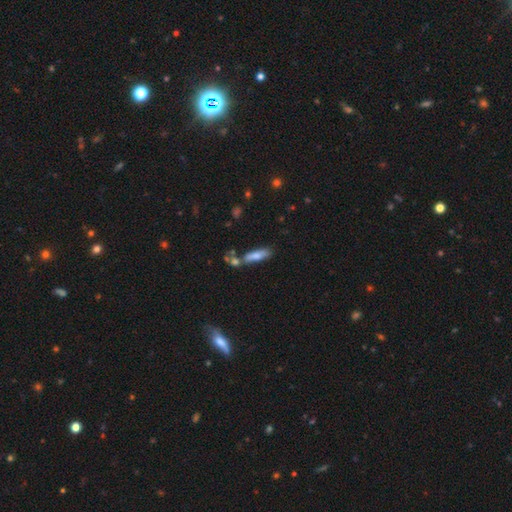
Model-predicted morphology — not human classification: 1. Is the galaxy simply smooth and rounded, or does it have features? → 70% smooth, 22% featured or disk, 8% star or artifact.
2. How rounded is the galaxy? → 65% cigar-shaped, 32% in between, 2% round.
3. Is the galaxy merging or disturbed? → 55% none, 23% merger, 16% minor disturbance, 6% major disturbance.